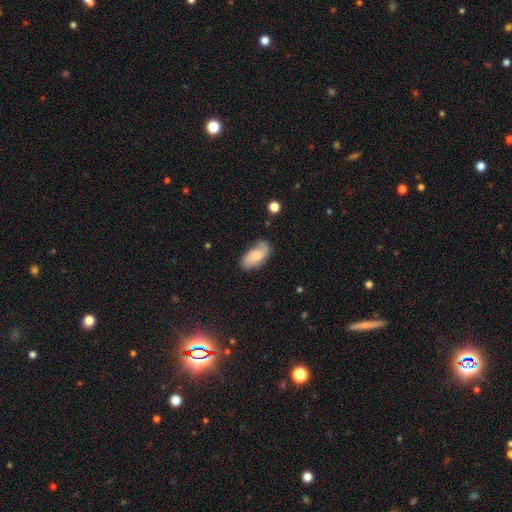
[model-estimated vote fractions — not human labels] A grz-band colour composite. It shows a smooth galaxy with no disk features (59%) that is in between round and cigar-shaped (93%). Merging: none (62%).